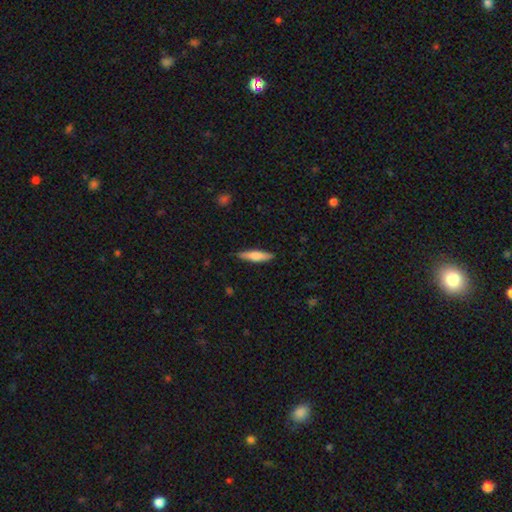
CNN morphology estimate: A smooth galaxy with no disk features (66%) that is cigar-shaped (79%). Merging: none (86%).